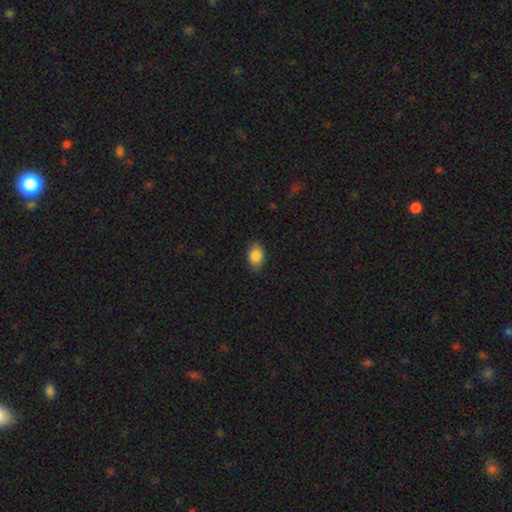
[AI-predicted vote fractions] Overall: smooth (86%). How rounded: in between (82%). Merging: none (82%).